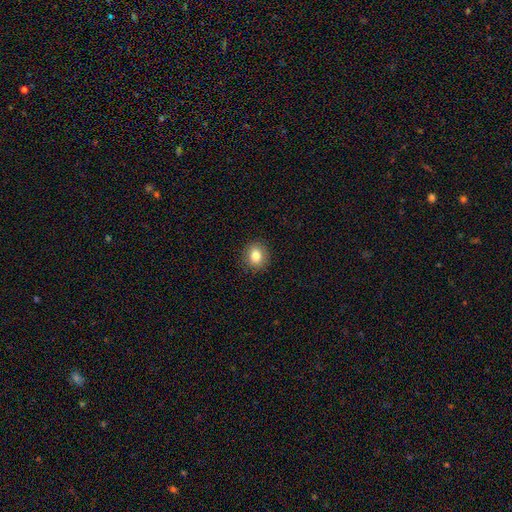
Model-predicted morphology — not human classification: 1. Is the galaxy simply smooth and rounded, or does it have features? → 82% smooth, 10% star or artifact, 8% featured or disk.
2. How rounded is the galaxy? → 78% round, 21% in between, 1% cigar-shaped.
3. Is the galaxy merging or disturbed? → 90% none, 7% minor disturbance, 2% major disturbance, 1% merger.